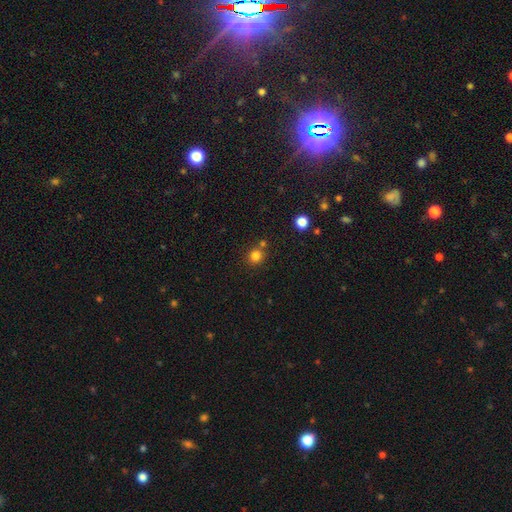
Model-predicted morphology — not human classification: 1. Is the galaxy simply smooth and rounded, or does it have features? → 81% smooth, 14% star or artifact, 5% featured or disk.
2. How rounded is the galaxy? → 90% round, 9% in between, 1% cigar-shaped.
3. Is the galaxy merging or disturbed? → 74% none, 15% merger, 8% minor disturbance, 3% major disturbance.